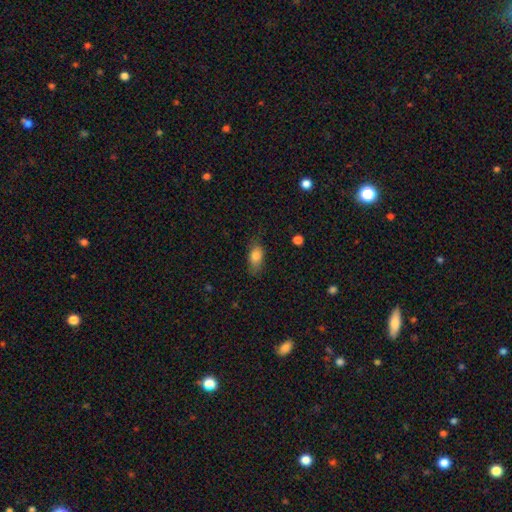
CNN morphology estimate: smooth_or_featured: smooth (p=0.81) [alt: featured or disk p=0.11]
how_rounded: in between (p=0.84) [alt: cigar-shaped p=0.09]
merging: none (p=0.72) [alt: minor disturbance p=0.21]